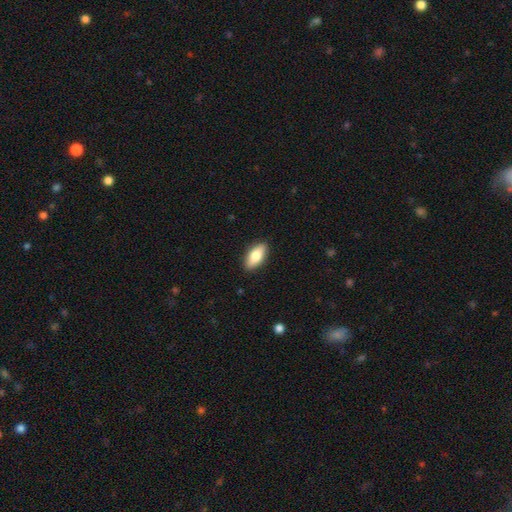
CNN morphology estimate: smooth-or-featured: smooth: 78% | featured or disk: 16% | star or artifact: 6%
  how-rounded: in between: 85% | cigar-shaped: 12% | round: 3%
  merging: none: 89% | minor disturbance: 8% | major disturbance: 2% | merger: 1%